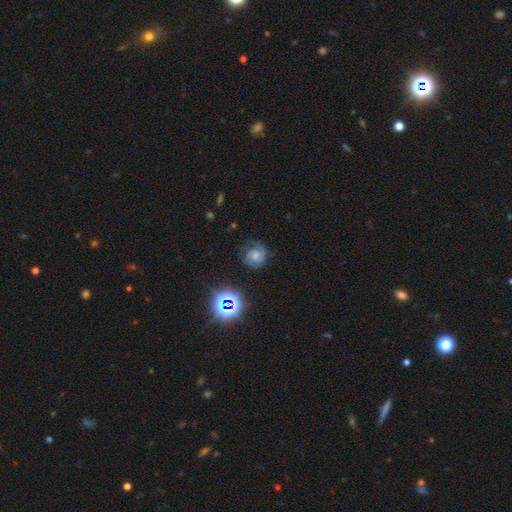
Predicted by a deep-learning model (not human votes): Smooth or featured? featured or disk (43%)
Merging? none (65%)